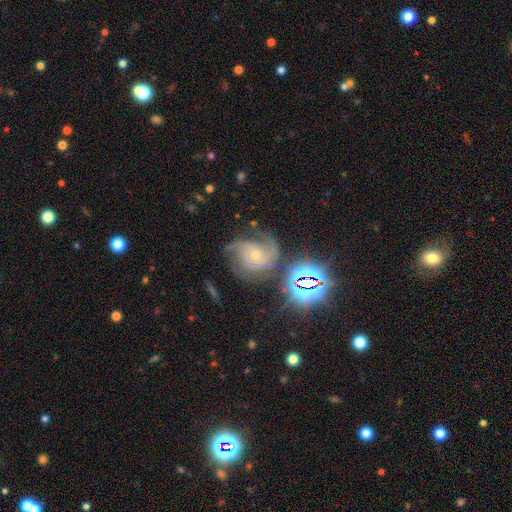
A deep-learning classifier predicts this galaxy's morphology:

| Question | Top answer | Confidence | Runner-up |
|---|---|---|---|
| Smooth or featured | featured or disk | 72% | star or artifact (18%) |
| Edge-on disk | no | 98% | yes (2%) |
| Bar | no | 73% | weak (21%) |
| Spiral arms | yes | 95% | no (5%) |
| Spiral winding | medium | 47% | tight (36%) |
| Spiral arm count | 3 | 40% | 2 (24%) |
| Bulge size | small | 64% | moderate (30%) |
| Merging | none | 53% | minor disturbance (23%) |